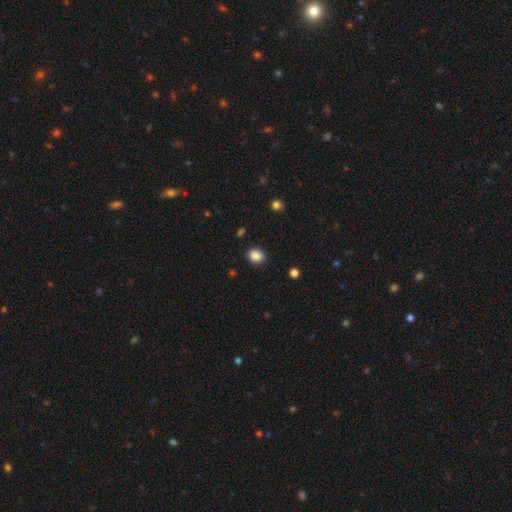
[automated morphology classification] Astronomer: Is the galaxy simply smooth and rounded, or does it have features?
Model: smooth — 87%.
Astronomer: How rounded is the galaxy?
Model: in between — 50% (runner-up: round, 49%).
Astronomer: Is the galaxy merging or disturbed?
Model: none — 88%.